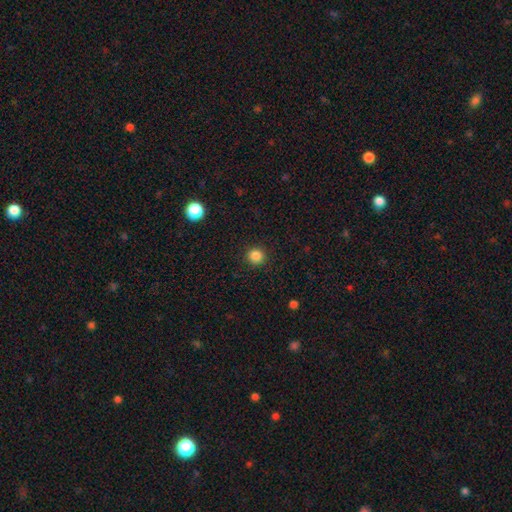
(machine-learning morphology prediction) type=smooth (85%); roundness=round (94%); merging=none (92%).